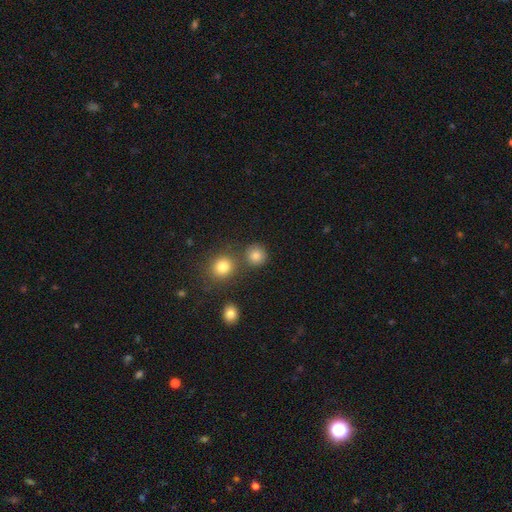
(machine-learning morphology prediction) A smooth galaxy with no disk features (82%) that is round (90%).

Vote fractions:
- Smooth or featured? smooth: 82% / star or artifact: 12% / featured or disk: 6%
- How rounded? round: 90% / in between: 9% / cigar-shaped: 1%
- Merging? none: 76% / merger: 12% / minor disturbance: 8% / major disturbance: 3%